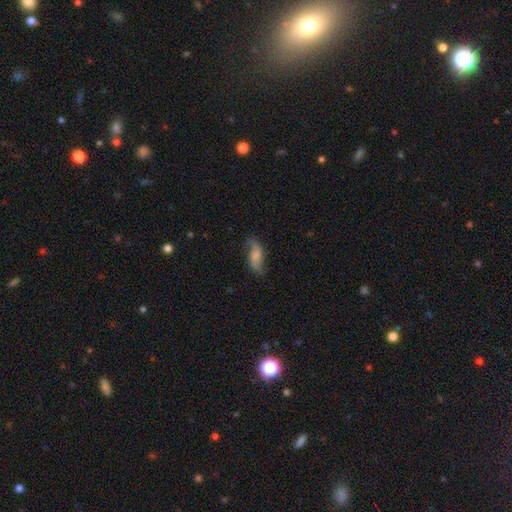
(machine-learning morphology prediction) The model was most divided on "smooth or featured": featured or disk: 51%, smooth: 41%, star or artifact: 8%. More confident: edge-on disk — no (92%); merging — none (66%).